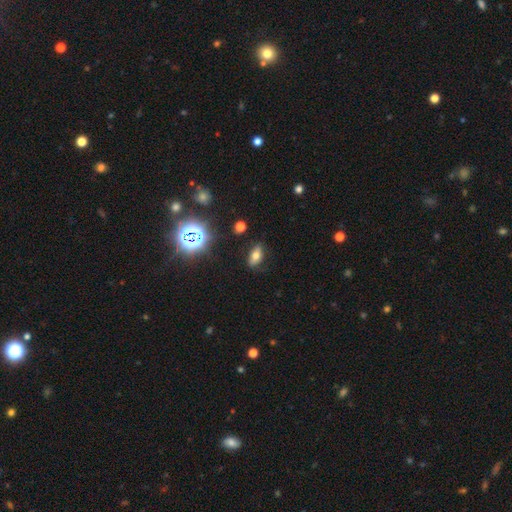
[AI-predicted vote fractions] Morphology: type=smooth (62%); roundness=in between (85%); merging=none (83%).